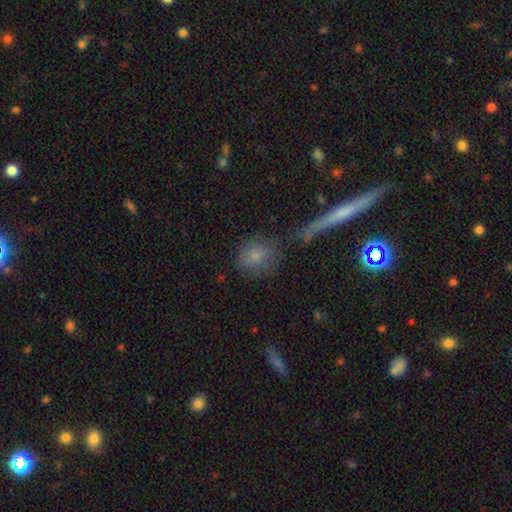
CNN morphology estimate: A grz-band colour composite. It shows a smooth galaxy with no disk features (77%) that is round (65%). Merging: none (59%).